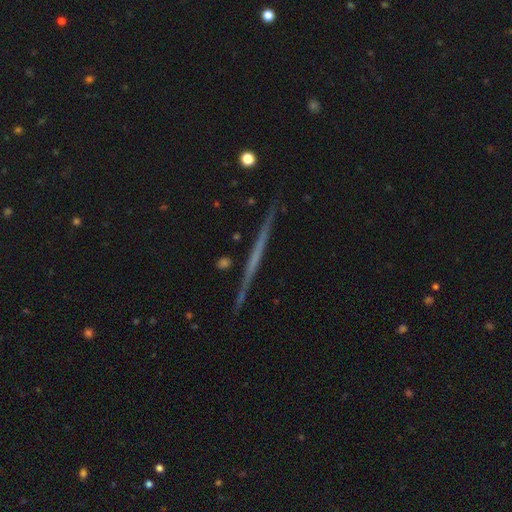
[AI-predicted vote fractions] smooth-or-featured: featured or disk: 65% | smooth: 28% | star or artifact: 7%
  disk-edge-on: yes: 98% | no: 2%
    edge-on-bulge: none: 89% | rounded: 7% | boxy: 4%
  merging: none: 91% | minor disturbance: 6% | merger: 1% | major disturbance: 1%